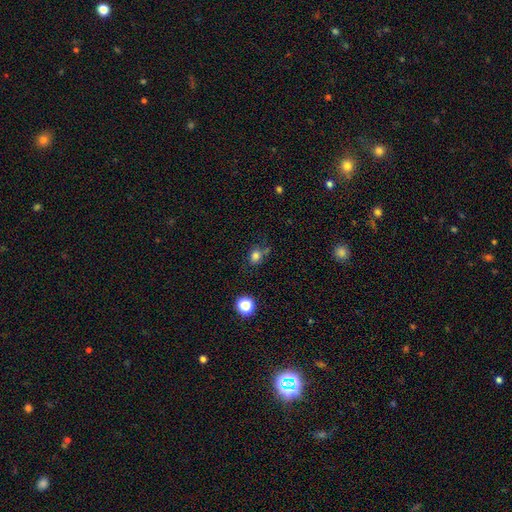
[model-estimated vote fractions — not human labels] smooth-or-featured: smooth: 78% | star or artifact: 16% | featured or disk: 7%
  how-rounded: round: 66% | in between: 33% | cigar-shaped: 1%
  merging: none: 61% | minor disturbance: 21% | merger: 10% | major disturbance: 8%